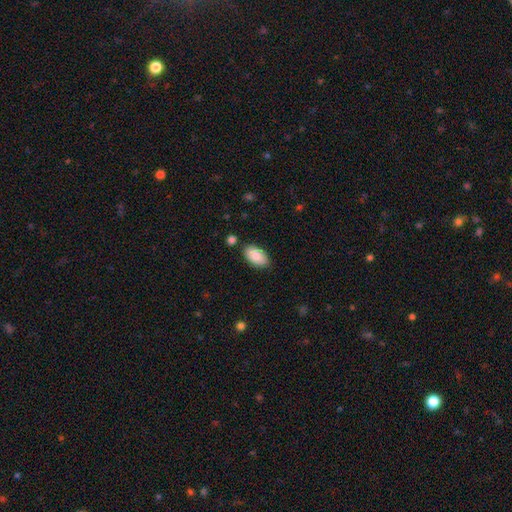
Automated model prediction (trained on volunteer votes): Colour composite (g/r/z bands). It shows a smooth galaxy with no disk features (86%) that is in between round and cigar-shaped (95%). Merging: none (84%).